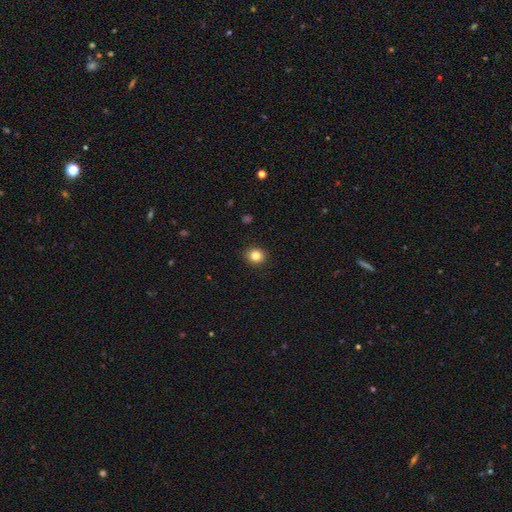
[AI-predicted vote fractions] A smooth galaxy with no disk features (83%) that is round (78%). Merging: none (91%).